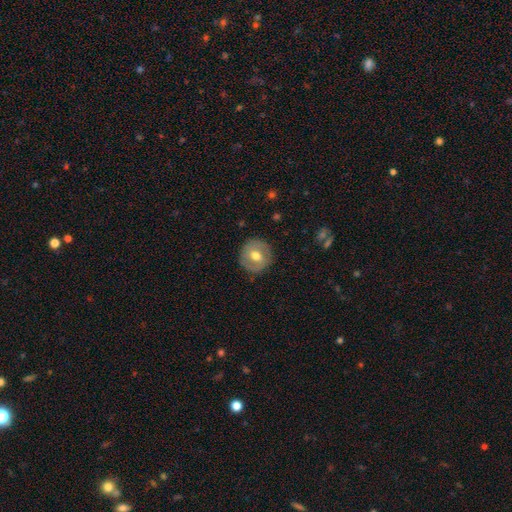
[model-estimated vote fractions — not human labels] Q: Smooth or featured?
A: smooth (54%); runner-up: featured or disk (39%)
Q: How rounded?
A: round (92%); runner-up: in between (7%)
Q: Merging?
A: none (87%); runner-up: minor disturbance (9%)